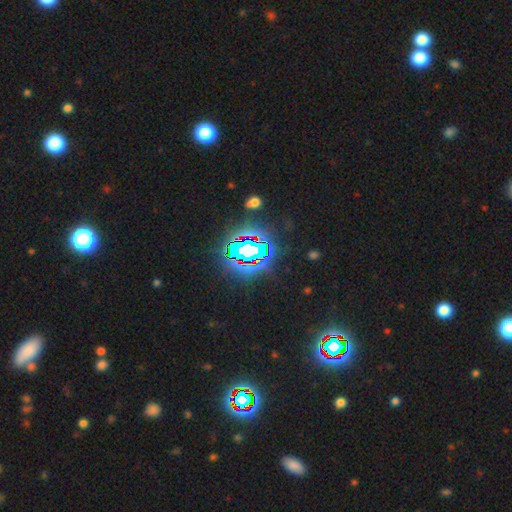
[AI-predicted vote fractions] This is clearly a star or artifact rather than a galaxy (83%).